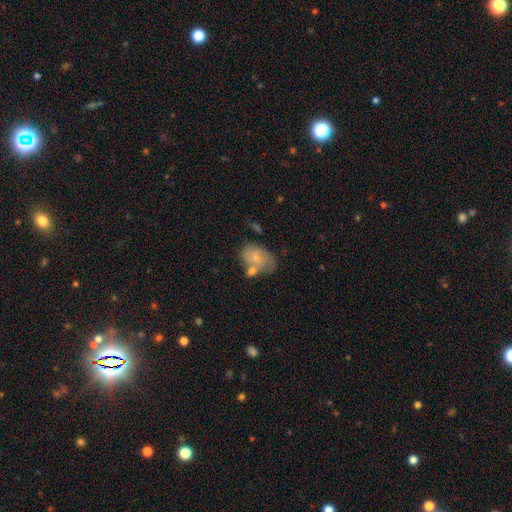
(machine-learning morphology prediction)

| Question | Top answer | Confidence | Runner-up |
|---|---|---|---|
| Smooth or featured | smooth | 69% | featured or disk (24%) |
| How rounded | in between | 76% | round (22%) |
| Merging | none | 43% | merger (25%) |